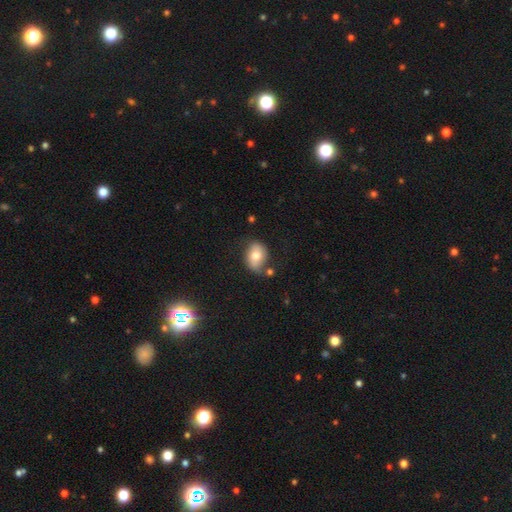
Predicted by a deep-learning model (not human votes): Overall: smooth (65%; featured or disk 27%). How rounded: in between (69%; round 30%). Merging: none (59%; minor disturbance 24%).